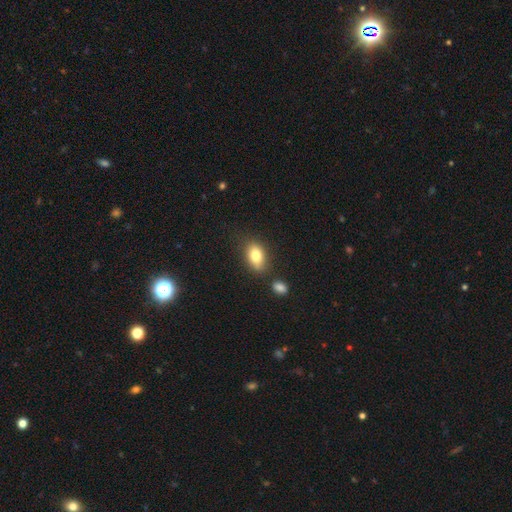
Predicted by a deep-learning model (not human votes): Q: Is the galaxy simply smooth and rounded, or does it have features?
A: smooth — 80%.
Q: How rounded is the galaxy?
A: in between — 85%.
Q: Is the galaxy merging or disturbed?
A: none — 72%.